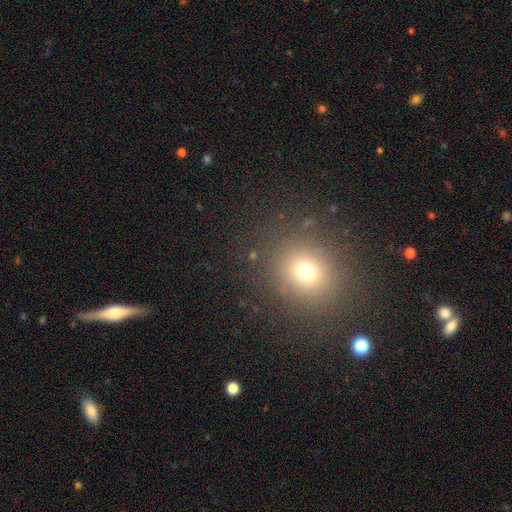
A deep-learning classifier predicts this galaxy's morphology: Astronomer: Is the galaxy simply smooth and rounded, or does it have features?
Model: smooth — 65%.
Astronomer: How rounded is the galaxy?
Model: round — 81%.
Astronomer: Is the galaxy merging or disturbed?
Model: none — 88%.